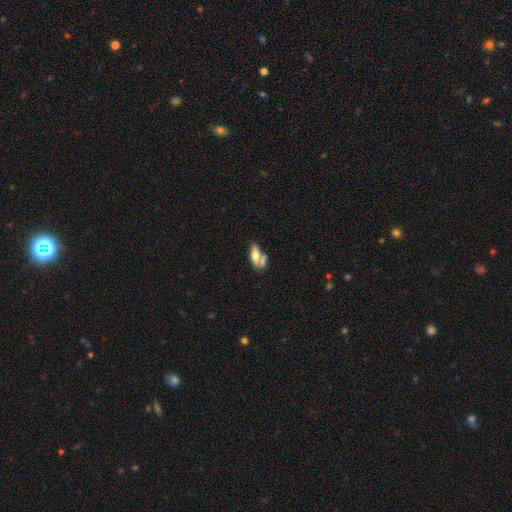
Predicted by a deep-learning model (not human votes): Q: Smooth or featured?
A: smooth (55%); runner-up: featured or disk (37%)
Q: How rounded?
A: in between (71%); runner-up: cigar-shaped (25%)
Q: Merging?
A: merger (42%); runner-up: none (36%)